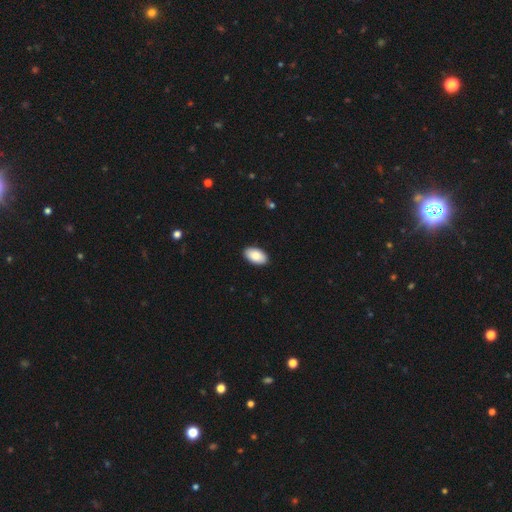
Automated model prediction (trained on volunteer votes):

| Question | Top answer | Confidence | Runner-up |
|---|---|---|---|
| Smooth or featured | smooth | 88% | star or artifact (6%) |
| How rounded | in between | 96% | round (3%) |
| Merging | none | 91% | minor disturbance (7%) |